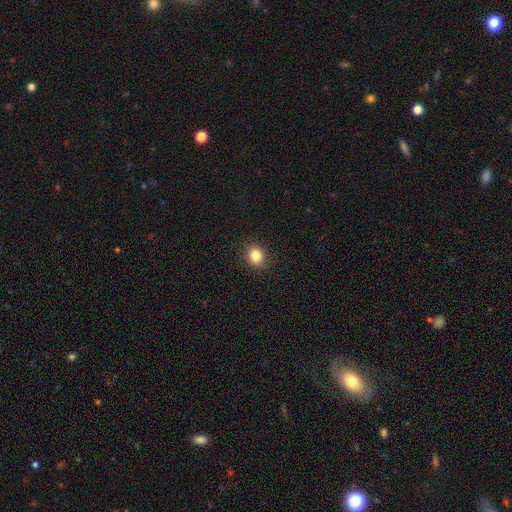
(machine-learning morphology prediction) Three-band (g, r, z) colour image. It shows a smooth galaxy with no disk features (84%) that is round (63%). Merging: none (90%).